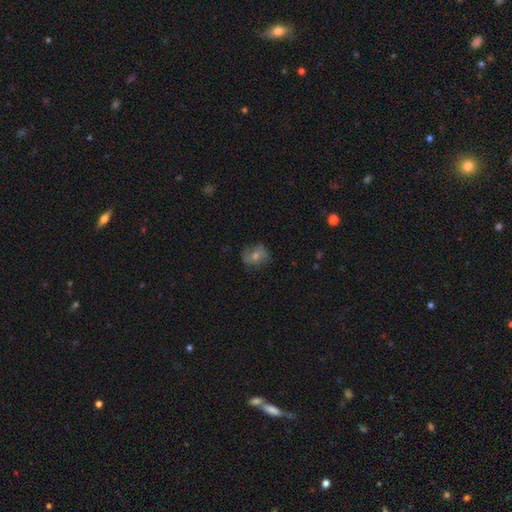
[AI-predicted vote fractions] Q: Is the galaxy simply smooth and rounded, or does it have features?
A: smooth — 44%.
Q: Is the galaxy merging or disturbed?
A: none — 77%.